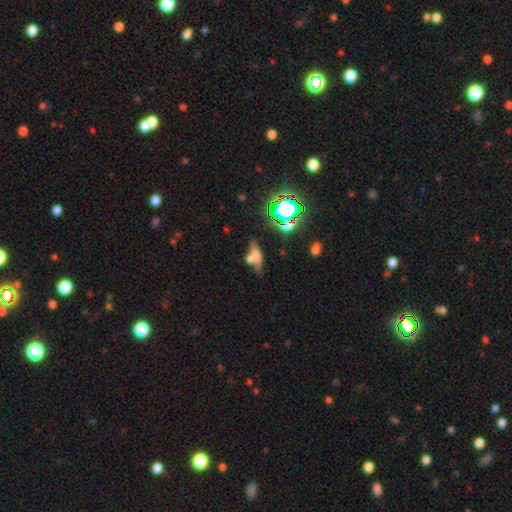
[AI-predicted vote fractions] smooth-or-featured: smooth: 53% | featured or disk: 27% | star or artifact: 20%
  how-rounded: in between: 54% | cigar-shaped: 37% | round: 9%
  merging: none: 39% | merger: 32% | minor disturbance: 18% | major disturbance: 11%